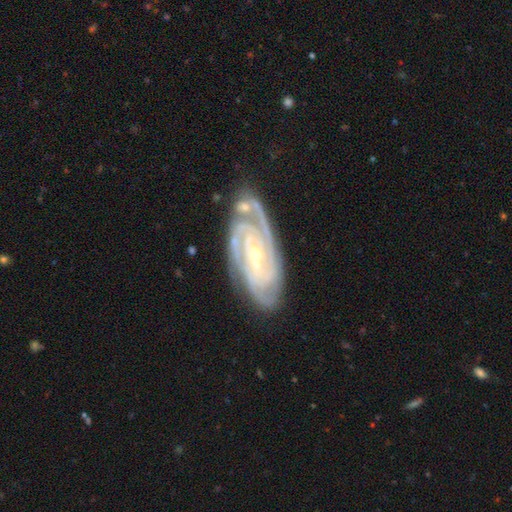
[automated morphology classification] This appears to be a featured or disk galaxy (91%) with no bar (39%), 3 (36%) tight (73%) spiral arms (98%) and a small central bulge (74%). Merging: none (69%).